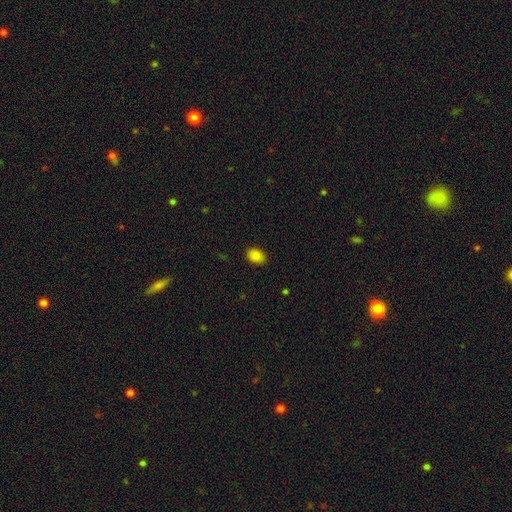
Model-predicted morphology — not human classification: This appears to be a smooth galaxy with no disk features (86%) that is in between round and cigar-shaped (75%). Merging: none (88%).